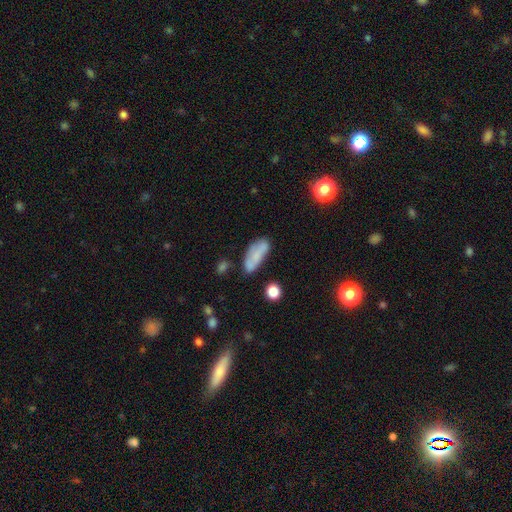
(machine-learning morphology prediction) This appears to be a smooth galaxy with no disk features (66%) that is in between round and cigar-shaped (72%). Merging: none (63%).